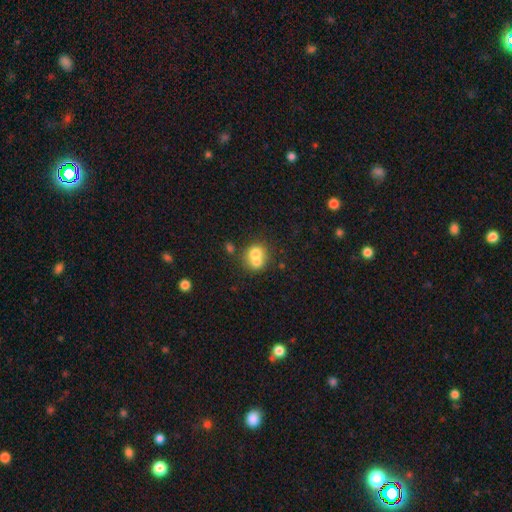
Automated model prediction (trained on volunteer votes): A smooth galaxy with no disk features (68%) that is round (74%).

Vote fractions:
- Smooth or featured? smooth: 68% / featured or disk: 22% / star or artifact: 10%
- How rounded? round: 74% / in between: 25% / cigar-shaped: 1%
- Merging? merger: 64% / none: 27% / minor disturbance: 6% / major disturbance: 3%